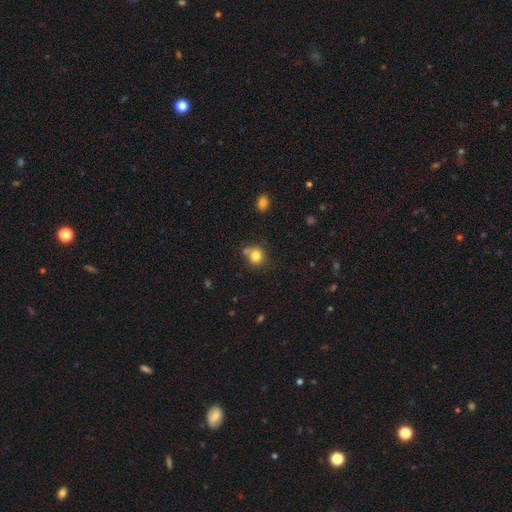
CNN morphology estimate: smooth-or-featured: smooth: 81% | star or artifact: 11% | featured or disk: 8%
  how-rounded: round: 82% | in between: 17% | cigar-shaped: 1%
  merging: none: 62% | merger: 19% | minor disturbance: 14% | major disturbance: 5%